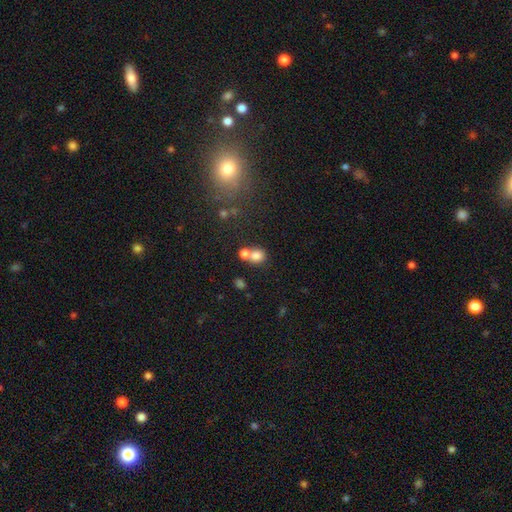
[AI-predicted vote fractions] Smooth or featured: smooth — 77% (star or artifact — 12%)
How rounded: round — 72% (in between — 27%)
Merging: merger — 48% (none — 40%)